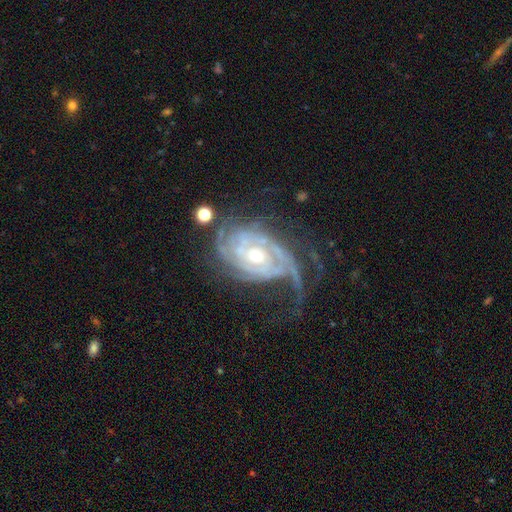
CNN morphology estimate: type=featured or disk (91%); edge-on=no (96%); bar=no (63%); spiral arms=yes (97%); winding=tight (68%); arm count=can't tell (24%, tied with 3); bulge=moderate (55%); merging=none (50%).